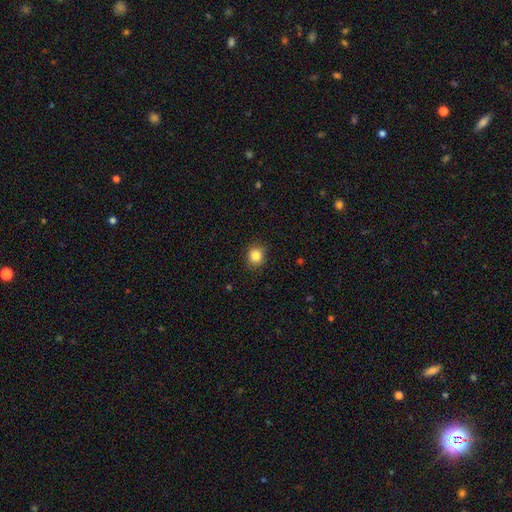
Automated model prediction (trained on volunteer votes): smooth 85%, star or artifact 10%, featured or disk 5%. Down the decision tree: how rounded — round (77%); merging — none (86%).